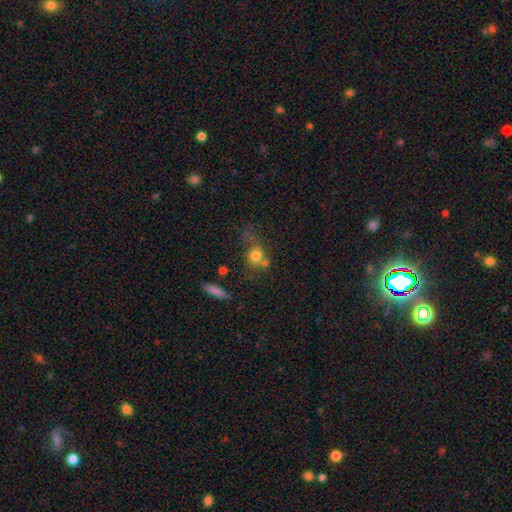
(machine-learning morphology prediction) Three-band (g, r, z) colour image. It shows a smooth galaxy with no disk features (74%) that is round (71%). Merging: none (42%).